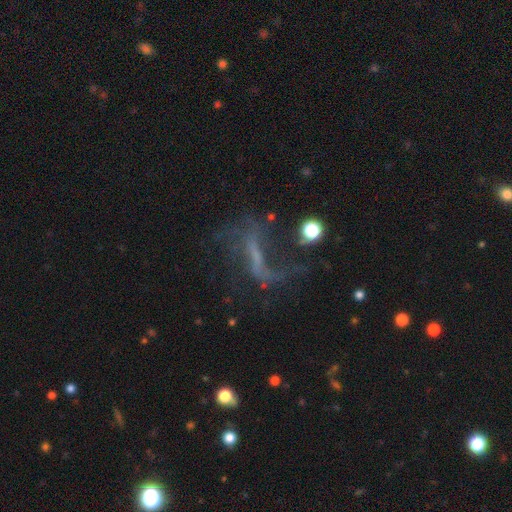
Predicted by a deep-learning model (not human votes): This appears to be a featured or disk galaxy (62%) with a strong bar (45%), spiral arms (67%) and no central bulge (57%). Merging: none (46%).